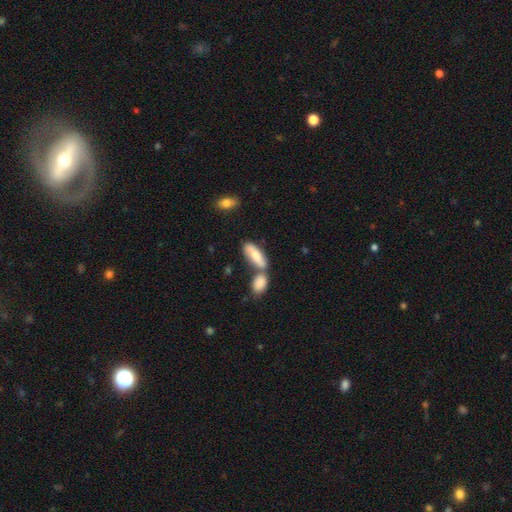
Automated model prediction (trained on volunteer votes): smooth 76%, featured or disk 18%, star or artifact 6%. Down the decision tree: how rounded — in between (64%); merging — merger (45%).